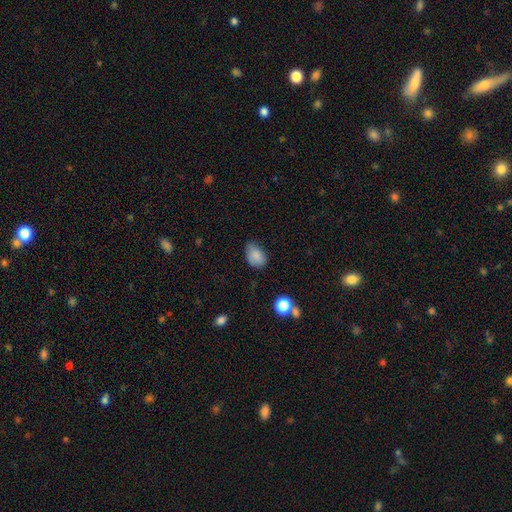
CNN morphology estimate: Smooth or featured?
  - smooth: 84% *
  - star or artifact: 9%
  - featured or disk: 7%
How rounded?
  - in between: 82% *
  - round: 17%
  - cigar-shaped: 1%
Merging?
  - none: 60% *
  - minor disturbance: 32%
  - major disturbance: 6%
  - merger: 2%